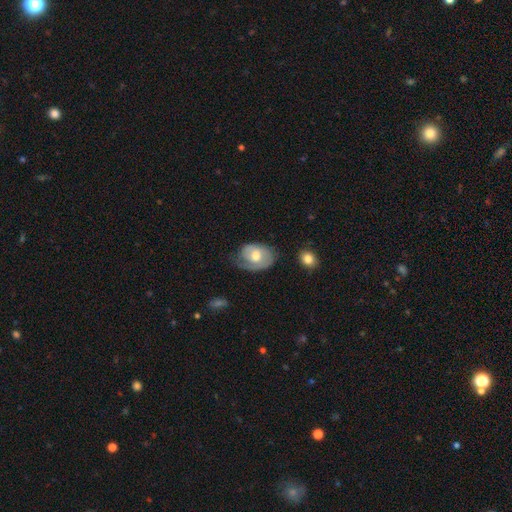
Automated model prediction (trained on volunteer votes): Smooth or featured? Predicted: featured or disk (p=0.54). Edge-on disk? Predicted: no (p=0.95). Bar? Predicted: no (p=0.70). Spiral arms? Predicted: yes (p=0.73). Bulge size? Predicted: moderate (p=0.70). Merging? Predicted: none (p=0.50).